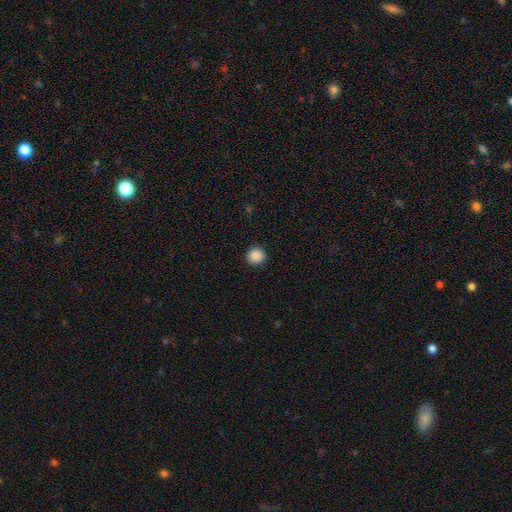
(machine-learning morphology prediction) This appears to be a smooth galaxy with no disk features (89%) that is round (89%). Merging: none (91%).